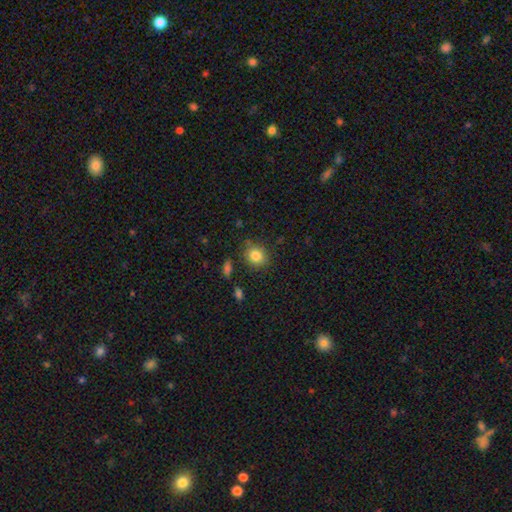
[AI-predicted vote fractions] smooth_or_featured: smooth (p=0.83) [alt: star or artifact p=0.10]
how_rounded: round (p=0.73) [alt: in between p=0.26]
merging: none (p=0.83) [alt: minor disturbance p=0.11]